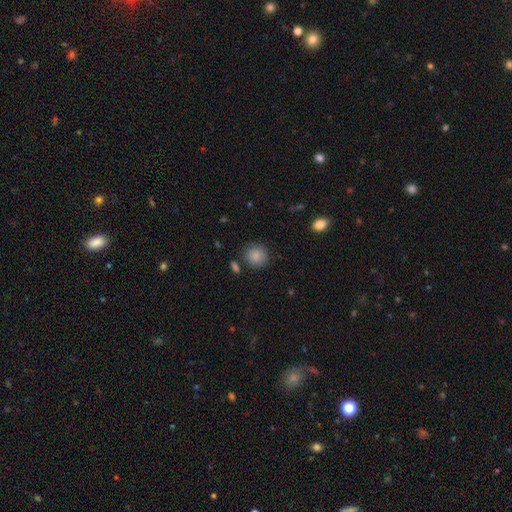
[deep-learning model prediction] Smooth or featured? Predicted: smooth (p=0.87). How rounded? Predicted: round (p=0.89). Merging? Predicted: none (p=0.81).